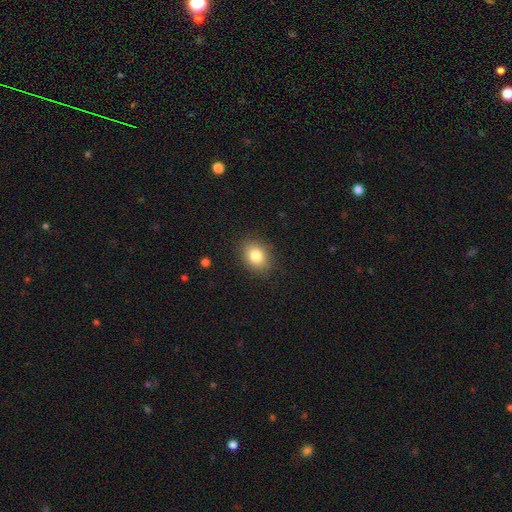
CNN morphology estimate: A smooth galaxy with no disk features (82%) that is in between round and cigar-shaped (61%).

Vote fractions:
- Smooth or featured? smooth: 82% / star or artifact: 10% / featured or disk: 8%
- How rounded? in between: 61% / round: 38% / cigar-shaped: 1%
- Merging? none: 87% / minor disturbance: 9% / major disturbance: 3% / merger: 1%